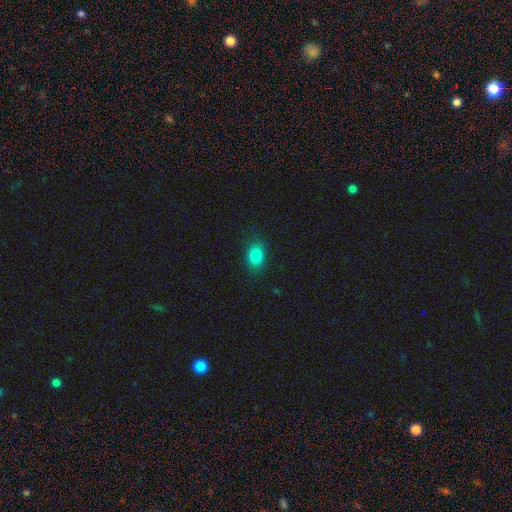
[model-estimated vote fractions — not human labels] A smooth galaxy with no disk features (84%) that is in between round and cigar-shaped (72%). Merging: none (84%).